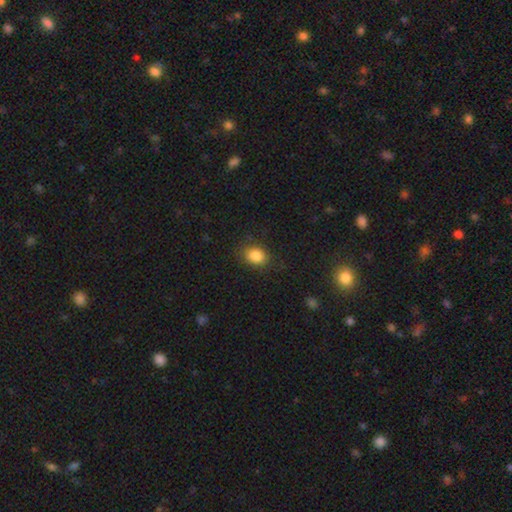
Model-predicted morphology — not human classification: smooth 86%, star or artifact 10%, featured or disk 5%. Down the decision tree: how rounded — in between (61%); merging — none (82%).